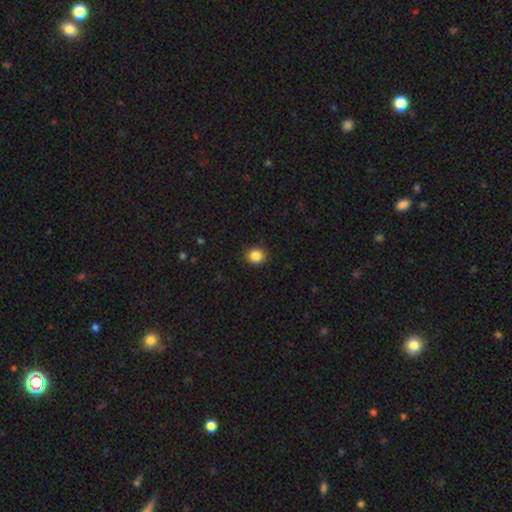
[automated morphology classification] type=smooth (86%); roundness=round (89%); merging=none (90%).